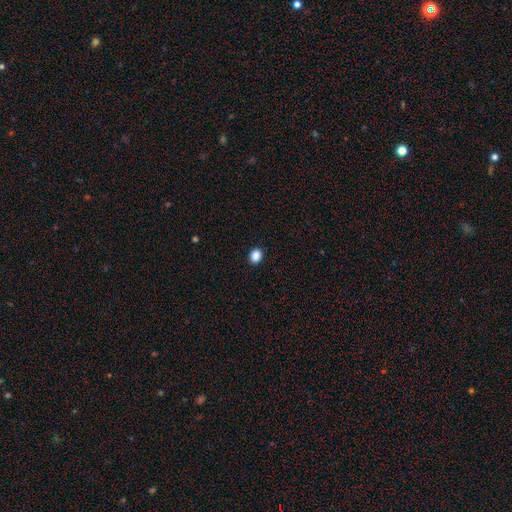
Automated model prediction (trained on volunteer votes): Overall: smooth (88%). How rounded: round (54%; in between 45%). Merging: none (92%).